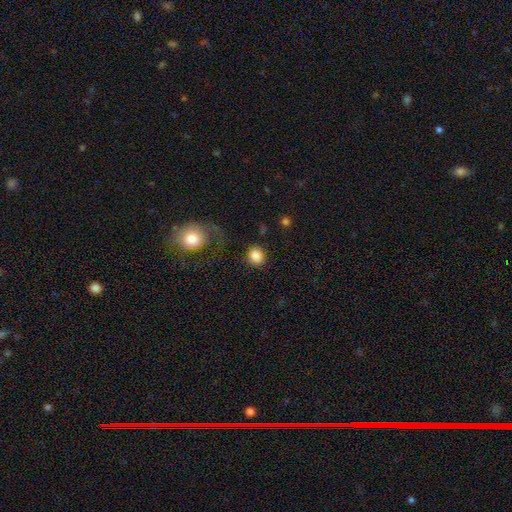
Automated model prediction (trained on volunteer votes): smooth 87%, star or artifact 8%, featured or disk 5%. Down the decision tree: how rounded — round (80%); merging — none (82%).